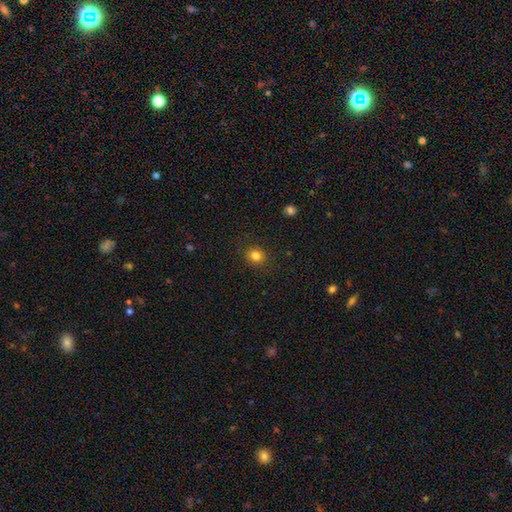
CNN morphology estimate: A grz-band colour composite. It shows a smooth galaxy with no disk features (83%) that is round (78%). Merging: none (87%).